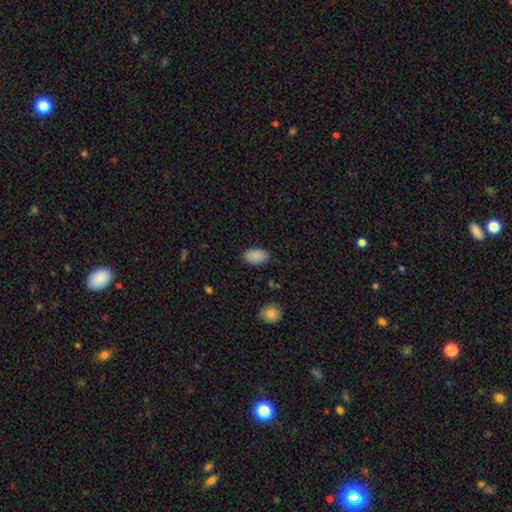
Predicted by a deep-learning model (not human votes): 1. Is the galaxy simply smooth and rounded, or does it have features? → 89% smooth, 7% star or artifact, 4% featured or disk.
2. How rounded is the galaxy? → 93% in between, 6% round, 1% cigar-shaped.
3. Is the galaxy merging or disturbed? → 87% none, 10% minor disturbance, 2% major disturbance, 1% merger.